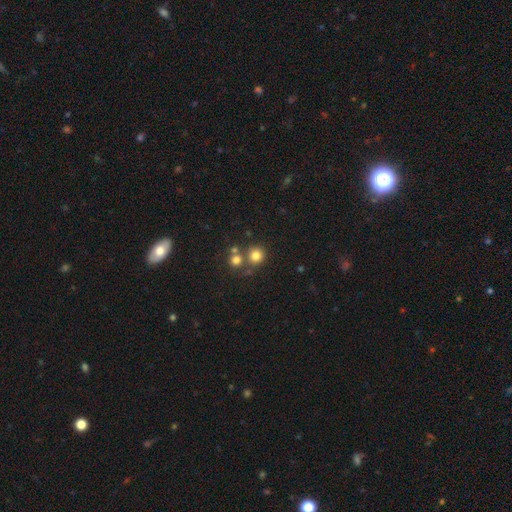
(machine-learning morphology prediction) smooth 78%, star or artifact 14%, featured or disk 8%. Down the decision tree: how rounded — round (91%); merging — none (67%).